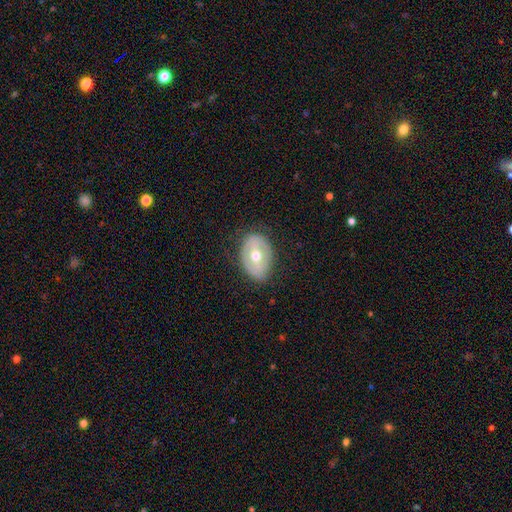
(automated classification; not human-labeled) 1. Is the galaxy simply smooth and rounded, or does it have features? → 53% featured or disk, 41% smooth, 7% star or artifact.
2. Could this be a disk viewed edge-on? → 90% no, 10% yes.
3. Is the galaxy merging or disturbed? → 77% none, 17% minor disturbance, 5% major disturbance, 1% merger.